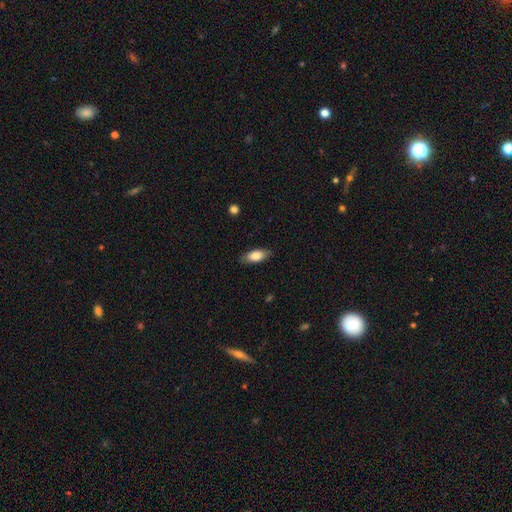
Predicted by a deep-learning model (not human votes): A smooth galaxy with no disk features (80%) that is in between round and cigar-shaped (83%).

Vote fractions:
- Smooth or featured? smooth: 80% / featured or disk: 13% / star or artifact: 6%
- How rounded? in between: 83% / cigar-shaped: 14% / round: 2%
- Merging? none: 83% / minor disturbance: 13% / major disturbance: 3% / merger: 1%